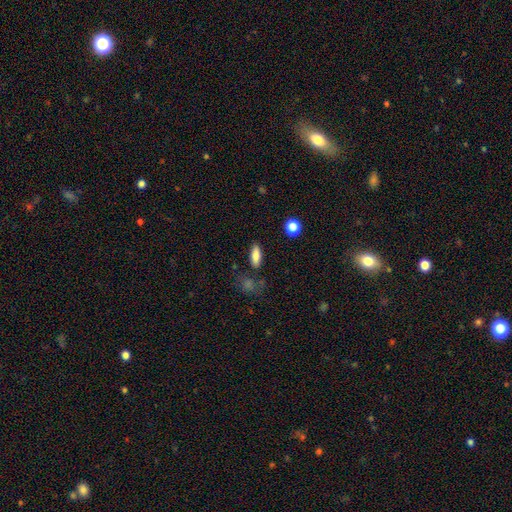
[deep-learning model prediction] smooth-or-featured: smooth: 83% | featured or disk: 10% | star or artifact: 8%
  how-rounded: in between: 67% | cigar-shaped: 29% | round: 3%
  merging: none: 80% | minor disturbance: 12% | merger: 4% | major disturbance: 4%